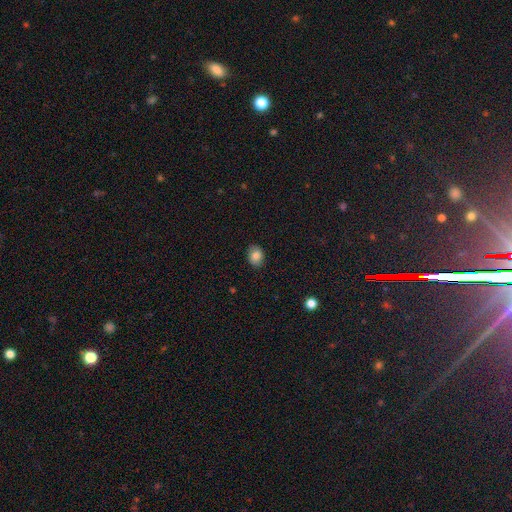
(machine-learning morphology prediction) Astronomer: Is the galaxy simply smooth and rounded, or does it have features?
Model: smooth — 84%.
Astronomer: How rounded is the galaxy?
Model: in between — 63%.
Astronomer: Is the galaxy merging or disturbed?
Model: none — 87%.